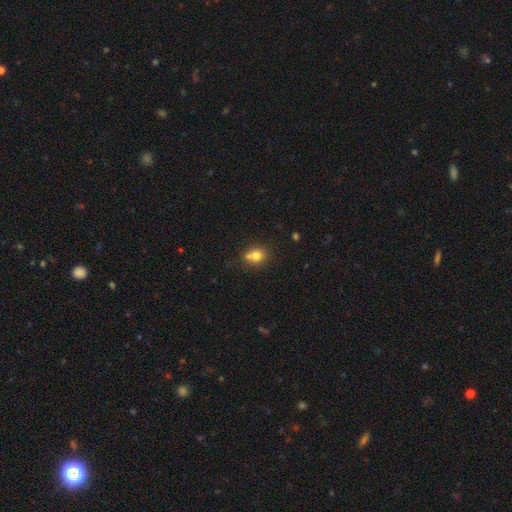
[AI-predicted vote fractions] Smooth or featured? smooth (74%)
How rounded? round (68%)
Merging? none (49%)